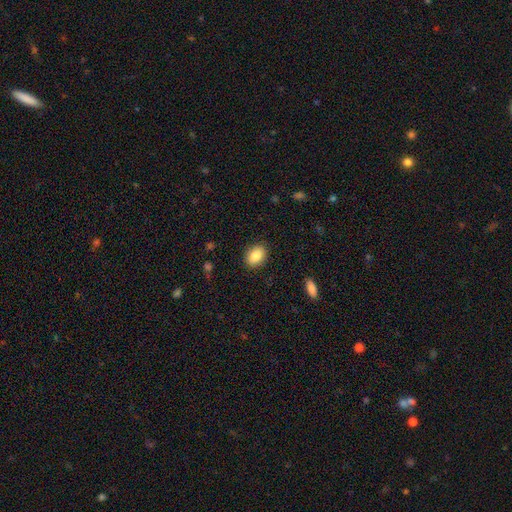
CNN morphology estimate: This appears to be a smooth galaxy with no disk features (86%) that is in between round and cigar-shaped (76%). Merging: none (88%).